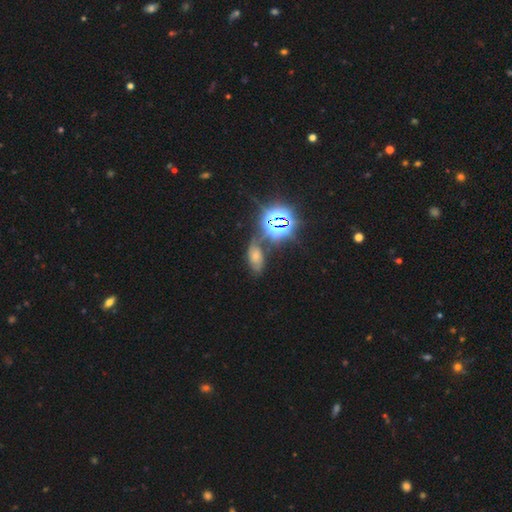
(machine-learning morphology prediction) Smooth or featured? Predicted: star or artifact (p=0.41).